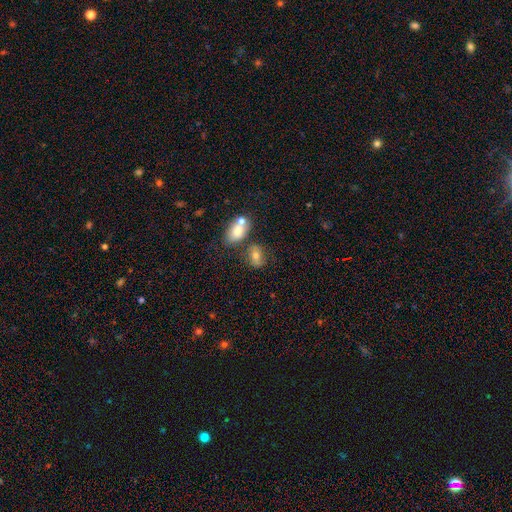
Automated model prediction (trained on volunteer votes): This is likely a smooth galaxy (65%). How rounded: likely in between (70%). Merging: possibly none (55%).